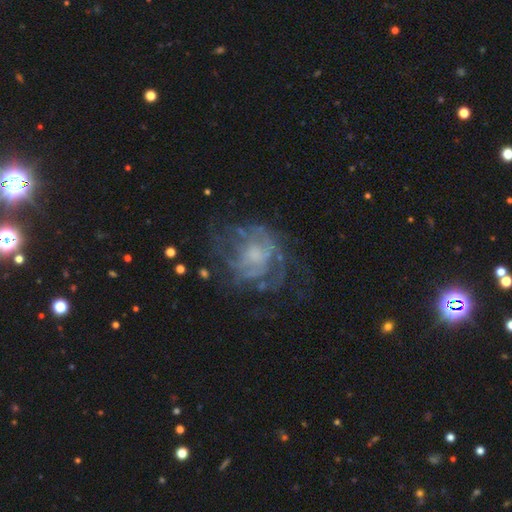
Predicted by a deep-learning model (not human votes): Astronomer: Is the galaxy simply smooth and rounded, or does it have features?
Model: featured or disk — 70%.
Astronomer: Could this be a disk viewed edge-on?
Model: no — 98%.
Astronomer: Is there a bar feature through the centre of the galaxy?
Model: no — 79%.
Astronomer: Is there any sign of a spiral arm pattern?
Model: yes — 55% (runner-up: no, 45%).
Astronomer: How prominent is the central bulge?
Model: moderate — 32% (runner-up: small, 31%).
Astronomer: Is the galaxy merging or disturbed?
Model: none — 53%.